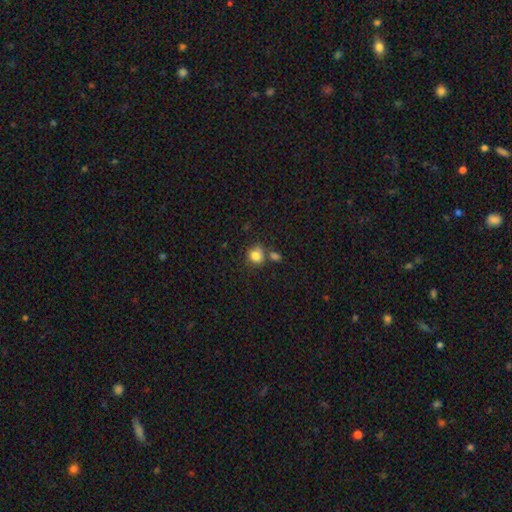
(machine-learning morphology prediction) Smooth or featured? Predicted: smooth (p=0.82). How rounded? Predicted: round (p=0.75). Merging? Predicted: none (p=0.62).